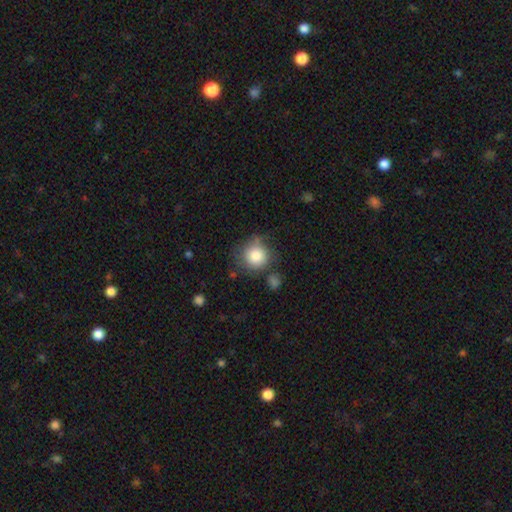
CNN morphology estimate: Smooth or featured? Predicted: smooth (p=0.84). How rounded? Predicted: round (p=0.91). Merging? Predicted: none (p=0.64).